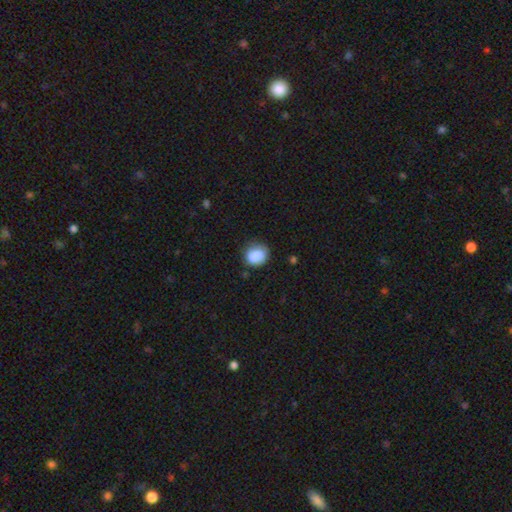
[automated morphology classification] Overall: smooth (82%). How rounded: round (70%). Merging: none (62%; minor disturbance 26%).